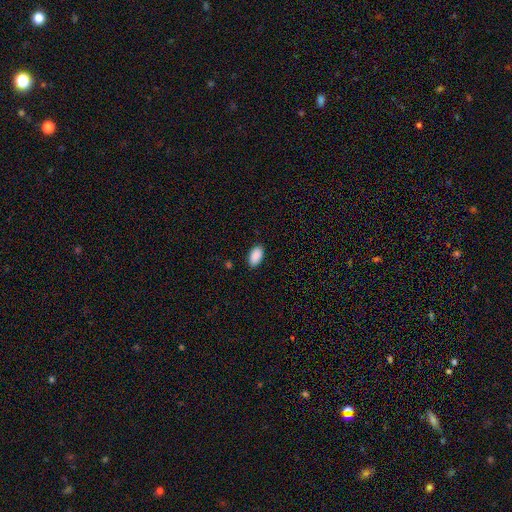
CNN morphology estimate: smooth 91%, star or artifact 7%, featured or disk 3%. Down the decision tree: how rounded — in between (95%); merging — none (88%).